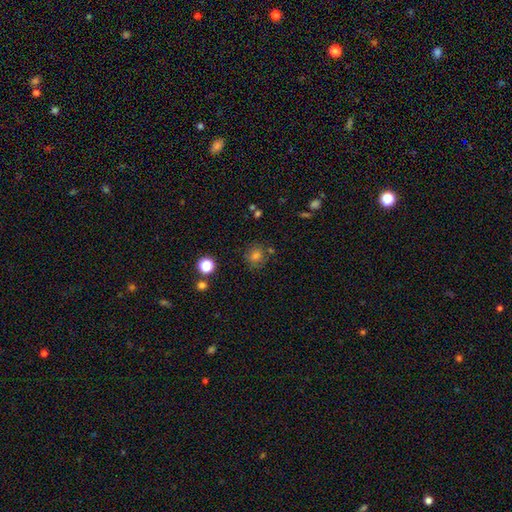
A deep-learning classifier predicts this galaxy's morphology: The model was most divided on "smooth or featured": smooth: 73%, star or artifact: 19%, featured or disk: 8%. More confident: how rounded — round (87%); merging — none (80%).